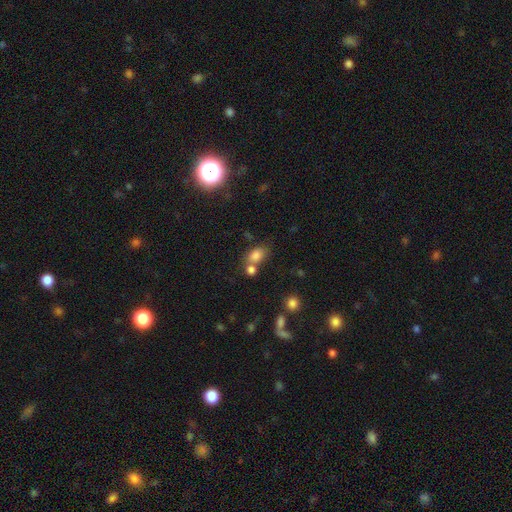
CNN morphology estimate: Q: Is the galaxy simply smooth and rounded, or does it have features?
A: smooth — 80%.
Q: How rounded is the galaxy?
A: in between — 76%.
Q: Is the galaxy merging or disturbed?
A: none — 48%.